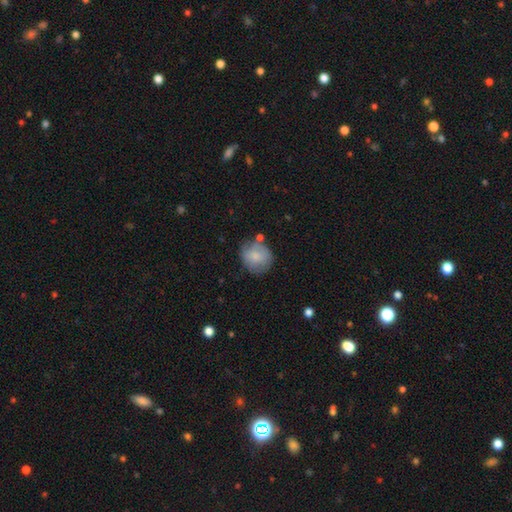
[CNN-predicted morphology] Smooth or featured: smooth — 74% (featured or disk — 19%)
How rounded: round — 80% (in between — 19%)
Merging: none — 61% (minor disturbance — 24%)